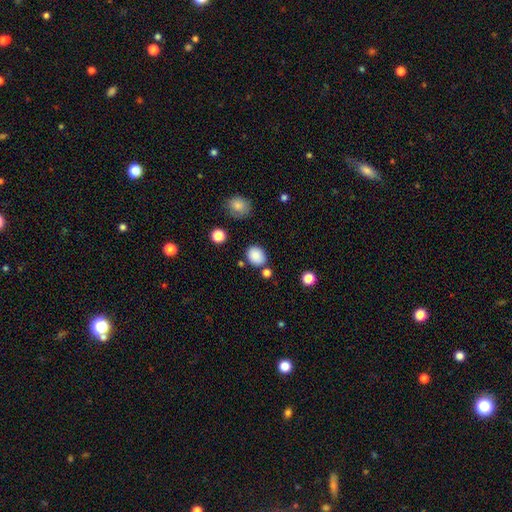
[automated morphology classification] Q: Smooth or featured?
A: smooth (86%); runner-up: star or artifact (9%)
Q: How rounded?
A: in between (54%); runner-up: round (45%)
Q: Merging?
A: none (77%); runner-up: minor disturbance (12%)